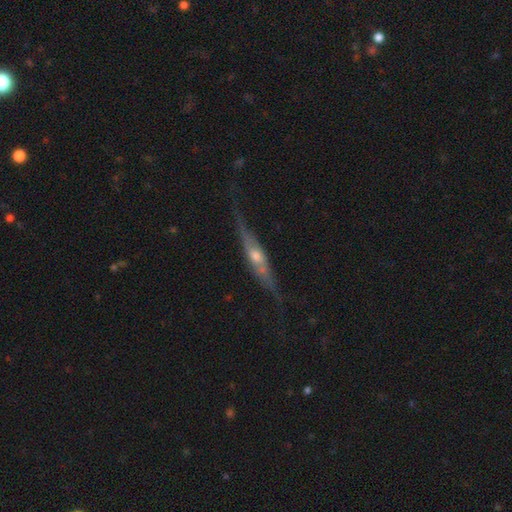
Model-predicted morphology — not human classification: Smooth or featured: featured or disk — 68% (smooth — 26%)
Edge-on disk: yes — 86% (no — 14%)
Edge-on bulge: rounded — 78% (none — 12%)
Merging: none — 68% (minor disturbance — 22%)